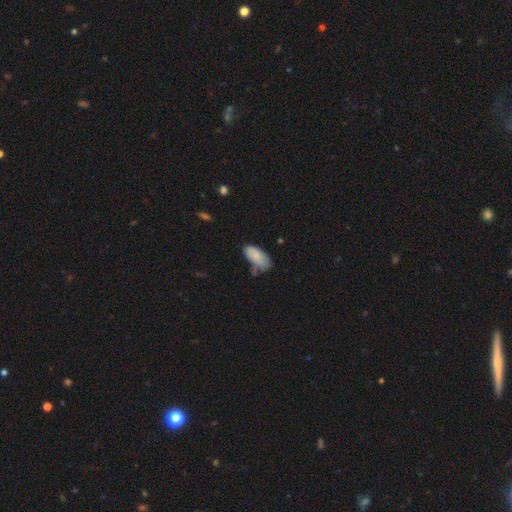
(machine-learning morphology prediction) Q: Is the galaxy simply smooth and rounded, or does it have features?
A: smooth — 79%.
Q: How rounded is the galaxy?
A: in between — 93%.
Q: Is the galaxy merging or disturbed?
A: none — 49%.